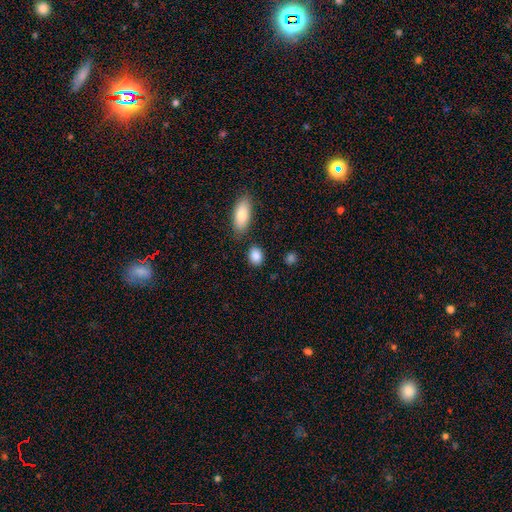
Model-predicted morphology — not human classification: A smooth galaxy with no disk features (87%) that is in between round and cigar-shaped (65%).

Vote fractions:
- Smooth or featured? smooth: 87% / star or artifact: 8% / featured or disk: 5%
- How rounded? in between: 65% / round: 33% / cigar-shaped: 2%
- Merging? none: 79% / minor disturbance: 11% / merger: 6% / major disturbance: 3%